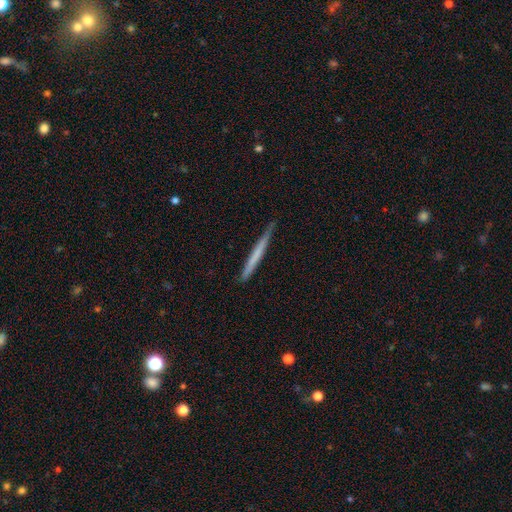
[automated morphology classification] A smooth galaxy with no disk features (56%) that is cigar-shaped (97%).

Vote fractions:
- Smooth or featured? smooth: 56% / featured or disk: 39% / star or artifact: 6%
- How rounded? cigar-shaped: 97% / in between: 2% / round: 1%
- Merging? none: 82% / minor disturbance: 14% / major disturbance: 2% / merger: 1%